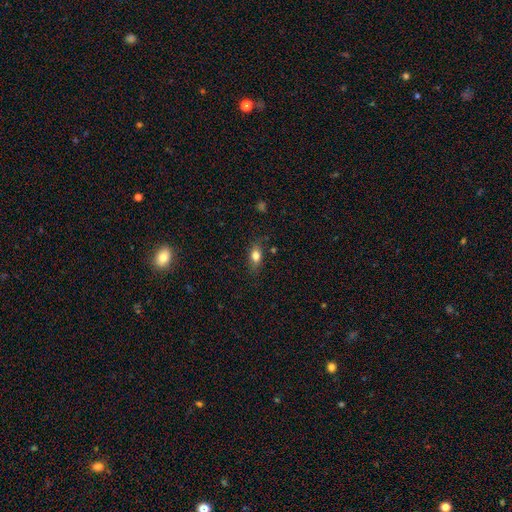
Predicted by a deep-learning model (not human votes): Smooth or featured? Predicted: smooth (p=0.77). How rounded? Predicted: in between (p=0.76). Merging? Predicted: none (p=0.77).